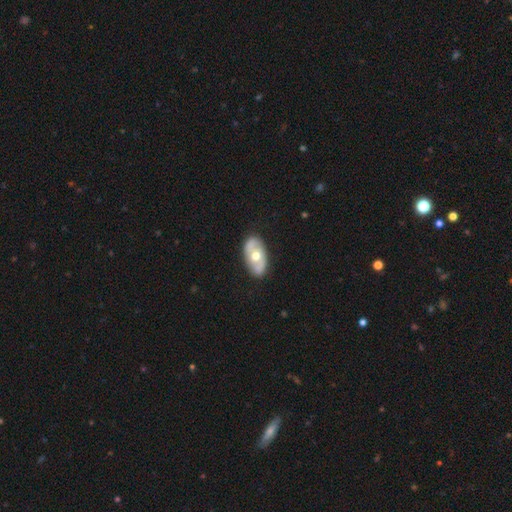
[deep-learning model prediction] featured or disk 51%, smooth 44%, star or artifact 5%. Down the decision tree: edge-on disk — no (86%); merging — none (84%).